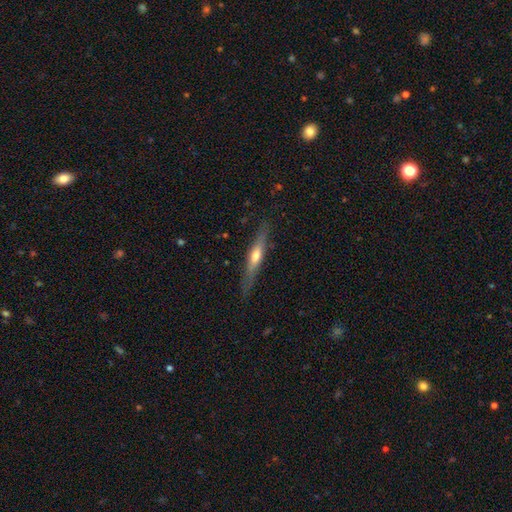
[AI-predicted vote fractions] Overall: featured or disk (57%; smooth 38%). Edge-on disk: yes (92%). Edge-on bulge: rounded (77%). Merging: none (82%).